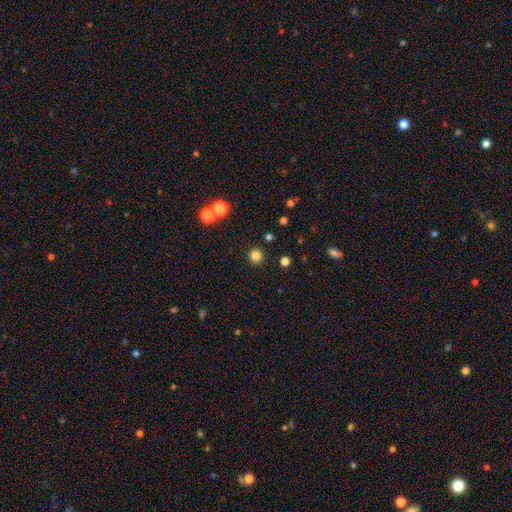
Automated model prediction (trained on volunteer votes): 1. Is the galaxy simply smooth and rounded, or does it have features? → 82% smooth, 14% star or artifact, 4% featured or disk.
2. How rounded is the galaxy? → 95% round, 4% in between, 1% cigar-shaped.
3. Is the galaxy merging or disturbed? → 91% none, 5% minor disturbance, 2% merger, 2% major disturbance.